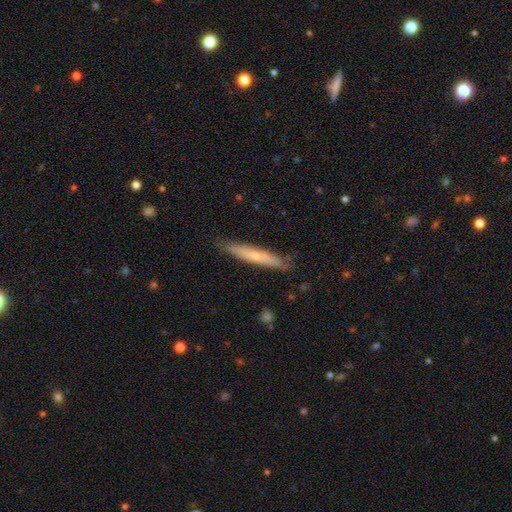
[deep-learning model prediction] Smooth or featured: smooth — 58% (featured or disk — 36%)
How rounded: cigar-shaped — 94% (in between — 5%)
Merging: none — 83% (minor disturbance — 13%)